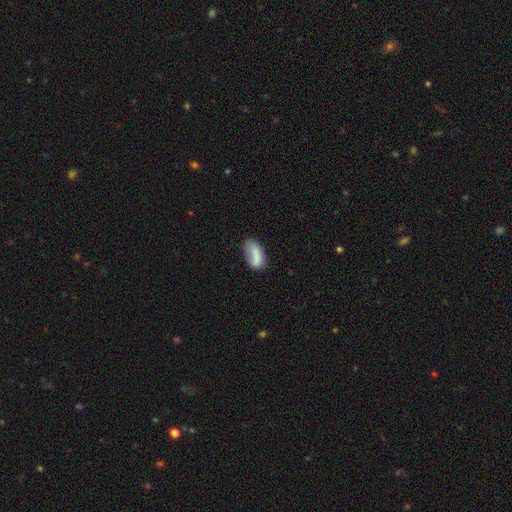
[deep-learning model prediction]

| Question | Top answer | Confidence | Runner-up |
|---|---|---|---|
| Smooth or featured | smooth | 81% | featured or disk (11%) |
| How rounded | in between | 89% | cigar-shaped (8%) |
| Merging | none | 56% | minor disturbance (29%) |